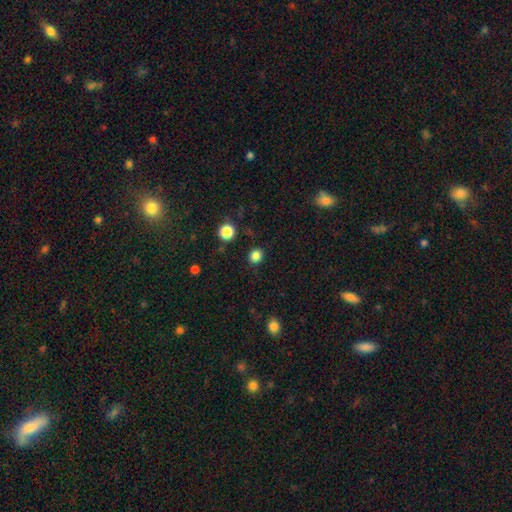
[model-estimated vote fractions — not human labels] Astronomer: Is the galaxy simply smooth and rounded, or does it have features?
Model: smooth — 84%.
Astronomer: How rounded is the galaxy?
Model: round — 75%.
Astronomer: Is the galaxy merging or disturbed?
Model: none — 87%.